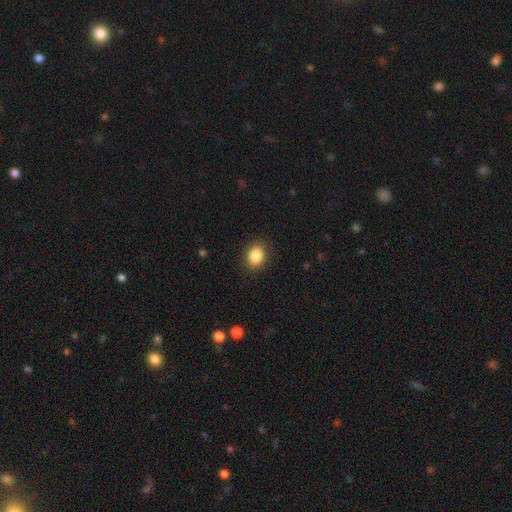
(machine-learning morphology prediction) A smooth galaxy with no disk features (86%) that is in between round and cigar-shaped (55%). Merging: none (87%).